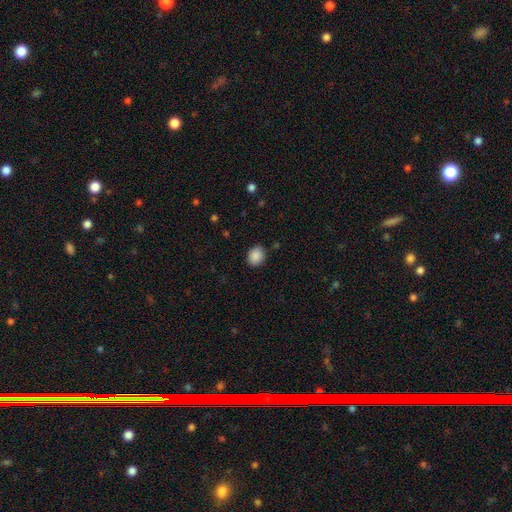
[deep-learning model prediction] Q: Smooth or featured?
A: smooth (88%); runner-up: star or artifact (8%)
Q: How rounded?
A: round (57%); runner-up: in between (42%)
Q: Merging?
A: none (84%); runner-up: minor disturbance (12%)